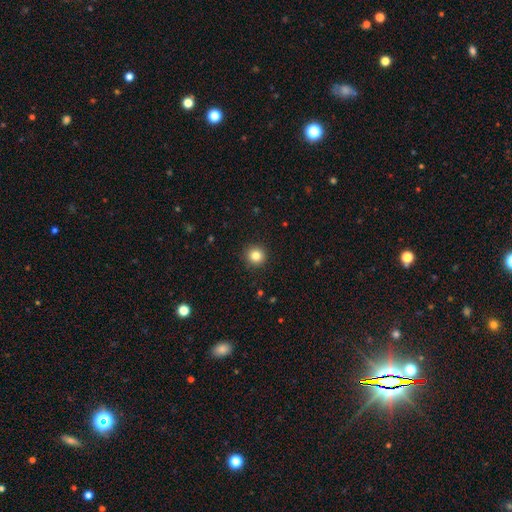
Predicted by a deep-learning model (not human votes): A smooth galaxy with no disk features (83%) that is round (94%).

Vote fractions:
- Smooth or featured? smooth: 83% / star or artifact: 11% / featured or disk: 5%
- How rounded? round: 94% / in between: 5% / cigar-shaped: 1%
- Merging? none: 92% / minor disturbance: 5% / major disturbance: 2% / merger: 1%